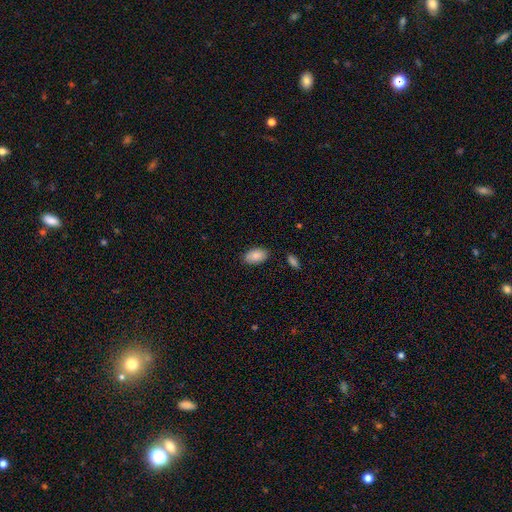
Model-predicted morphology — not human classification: Smooth or featured?
  - smooth: 86% *
  - featured or disk: 7%
  - star or artifact: 6%
How rounded?
  - in between: 94% *
  - round: 4%
  - cigar-shaped: 2%
Merging?
  - none: 85% *
  - minor disturbance: 11%
  - major disturbance: 2%
  - merger: 2%